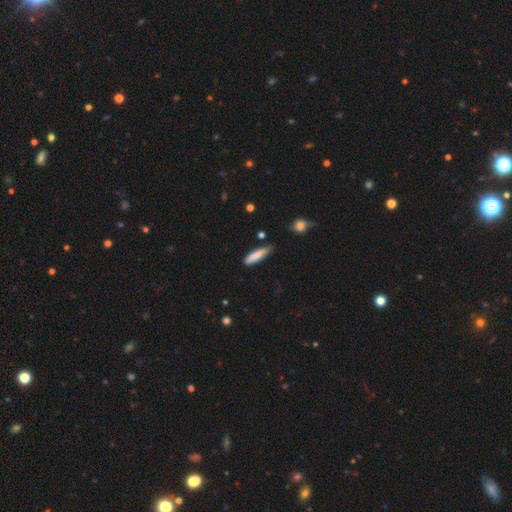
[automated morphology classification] type=smooth (82%); roundness=cigar-shaped (76%); merging=none (71%).